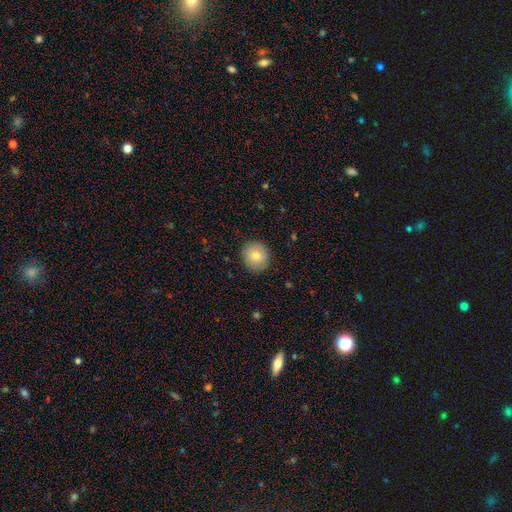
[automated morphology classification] Q: Smooth or featured?
A: smooth (78%); runner-up: featured or disk (14%)
Q: How rounded?
A: round (84%); runner-up: in between (15%)
Q: Merging?
A: none (89%); runner-up: minor disturbance (8%)